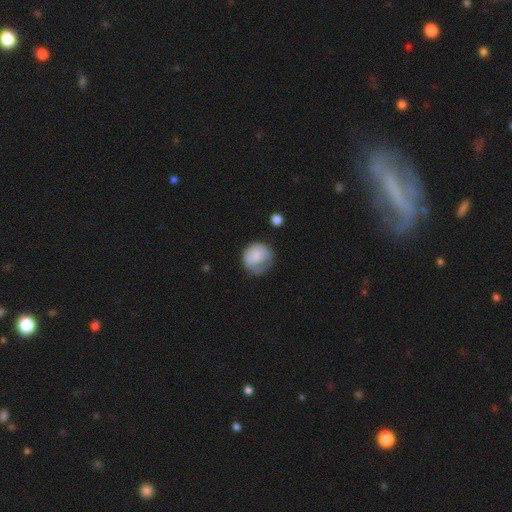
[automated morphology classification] smooth_or_featured: smooth (p=0.75) [alt: featured or disk p=0.17]
how_rounded: round (p=0.80) [alt: in between p=0.19]
merging: none (p=0.44) [alt: minor disturbance p=0.33]